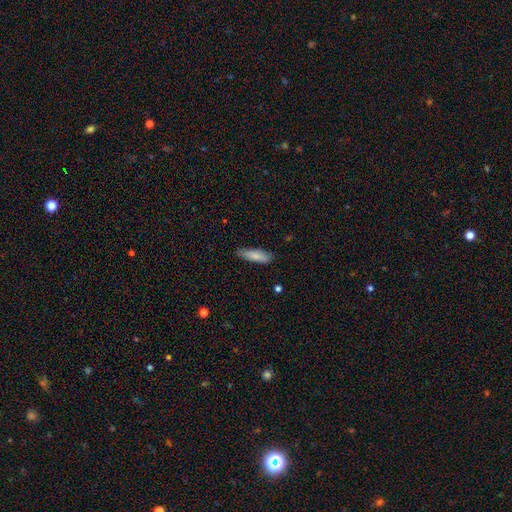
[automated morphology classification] smooth_or_featured: smooth (p=0.83) [alt: featured or disk p=0.11]
how_rounded: cigar-shaped (p=0.60) [alt: in between p=0.39]
merging: none (p=0.83) [alt: minor disturbance p=0.14]